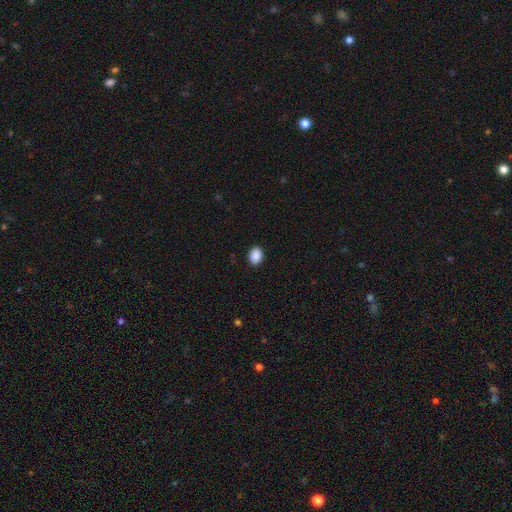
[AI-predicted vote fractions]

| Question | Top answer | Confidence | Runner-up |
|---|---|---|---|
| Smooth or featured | smooth | 90% | star or artifact (8%) |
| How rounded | in between | 71% | round (28%) |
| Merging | none | 90% | minor disturbance (7%) |